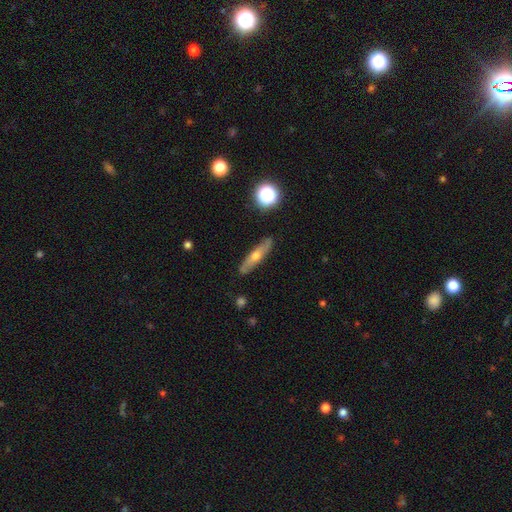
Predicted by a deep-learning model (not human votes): A featured or disk galaxy (50%) viewed edge-on (79%).

Vote fractions:
- Smooth or featured? featured or disk: 50% / smooth: 42% / star or artifact: 8%
- Edge-on disk? yes: 79% / no: 21%
- Merging? none: 87% / minor disturbance: 9% / major disturbance: 2% / merger: 1%